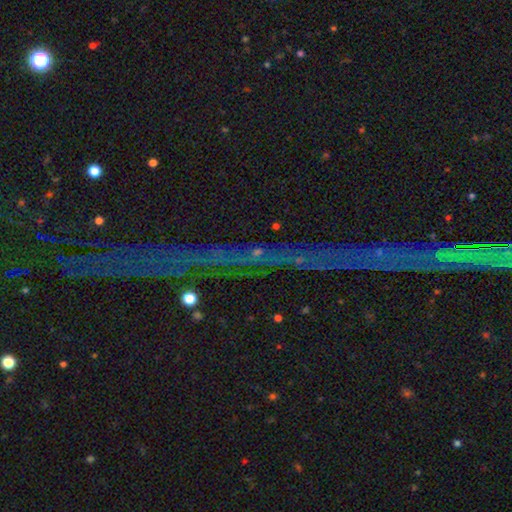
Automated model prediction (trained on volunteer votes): Q: Smooth or featured?
A: star or artifact (85%); runner-up: featured or disk (9%)